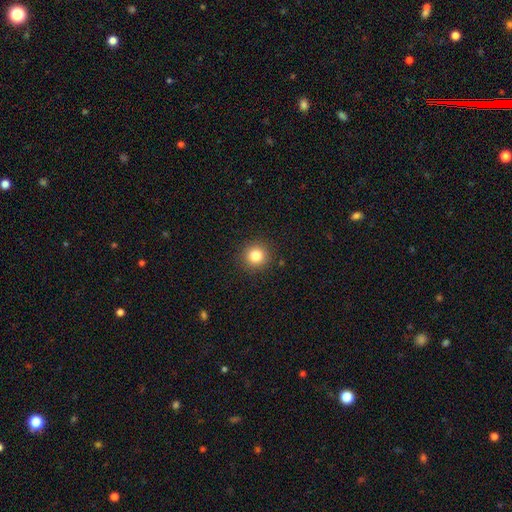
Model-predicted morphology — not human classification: smooth_or_featured: smooth (p=0.83) [alt: star or artifact p=0.11]
how_rounded: round (p=0.94) [alt: in between p=0.05]
merging: none (p=0.91) [alt: minor disturbance p=0.06]